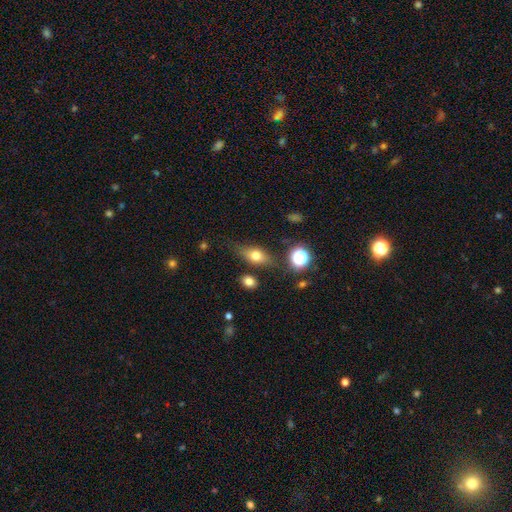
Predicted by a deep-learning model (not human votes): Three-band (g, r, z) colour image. It shows a smooth galaxy with no disk features (66%) that is in between round and cigar-shaped (71%). Merging: none (72%).